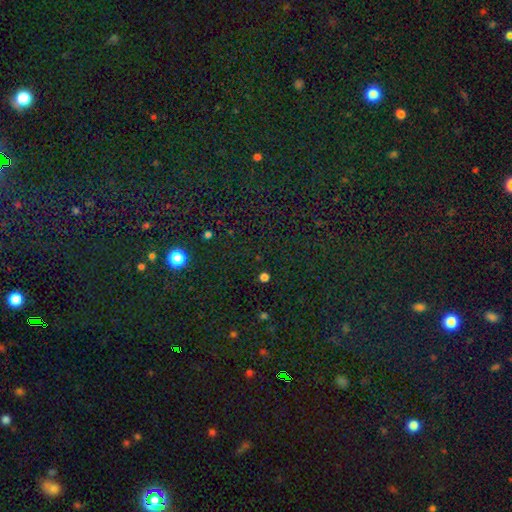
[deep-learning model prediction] Smooth or featured? Predicted: star or artifact (p=0.78).